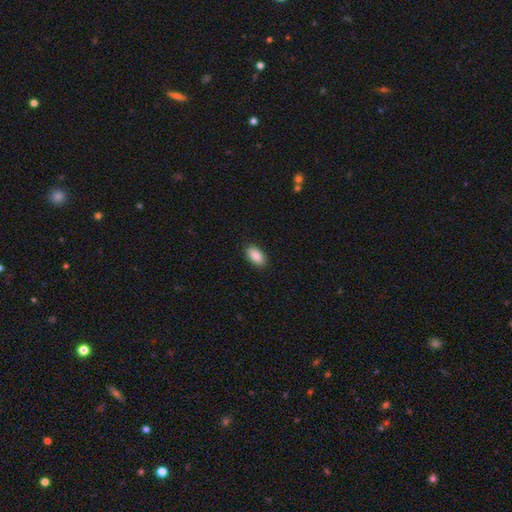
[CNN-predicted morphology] smooth 90%, star or artifact 7%, featured or disk 4%. Down the decision tree: how rounded — in between (93%); merging — none (89%).